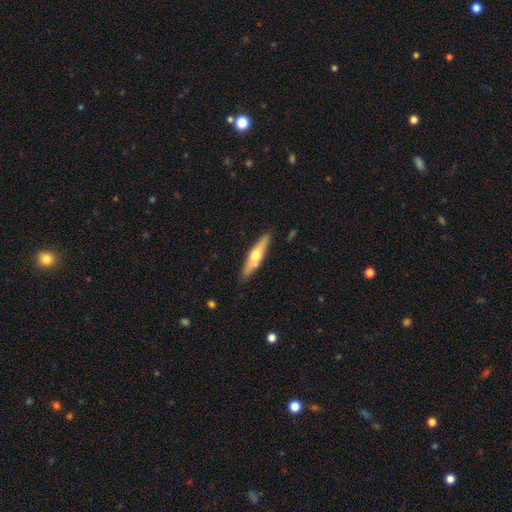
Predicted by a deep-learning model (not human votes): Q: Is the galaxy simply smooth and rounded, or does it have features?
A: featured or disk — 53%.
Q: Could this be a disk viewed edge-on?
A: yes — 91%.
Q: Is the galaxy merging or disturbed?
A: none — 84%.